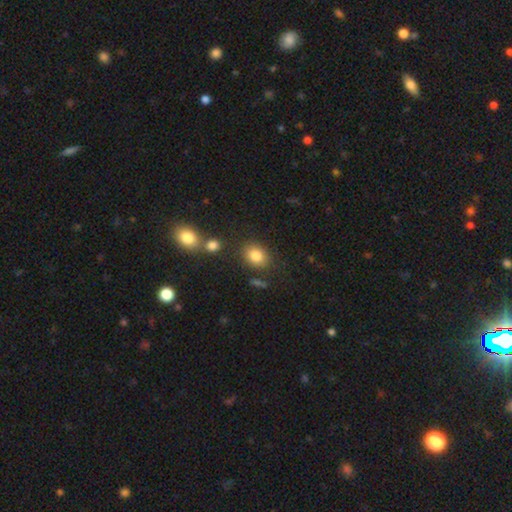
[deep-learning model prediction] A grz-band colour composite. It shows a smooth galaxy with no disk features (84%) that is in between round and cigar-shaped (50%). Merging: none (78%).